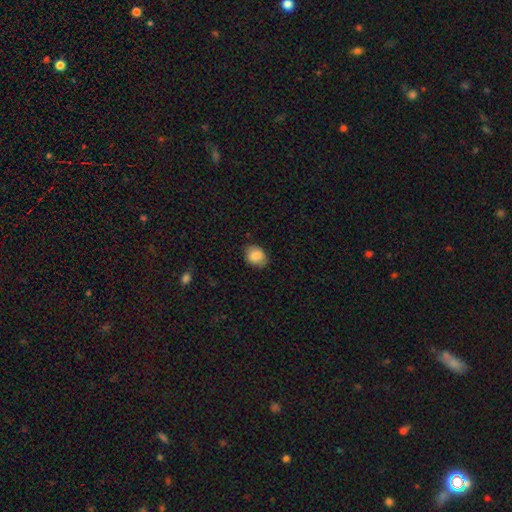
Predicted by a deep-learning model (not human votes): Q: Smooth or featured?
A: smooth (85%); runner-up: star or artifact (8%)
Q: How rounded?
A: in between (61%); runner-up: round (38%)
Q: Merging?
A: none (81%); runner-up: minor disturbance (15%)